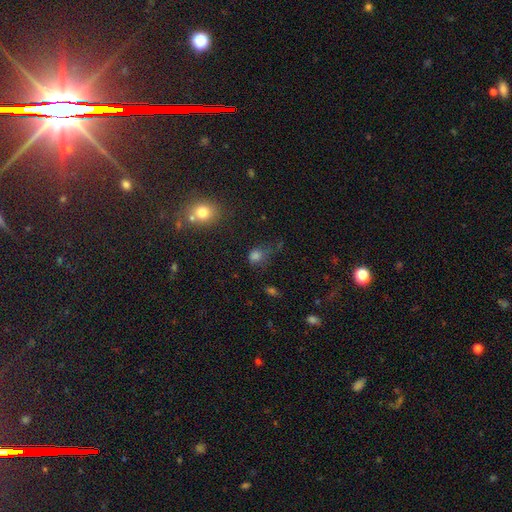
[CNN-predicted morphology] This is likely a smooth galaxy (71%). How rounded: possibly round (54%). Merging: possibly none (47%).